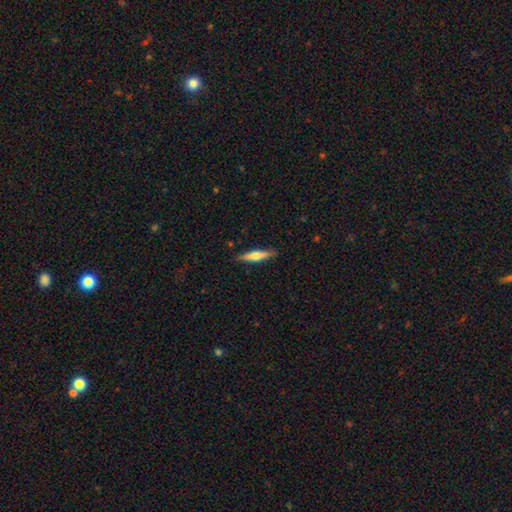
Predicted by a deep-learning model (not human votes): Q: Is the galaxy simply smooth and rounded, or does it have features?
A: featured or disk — 49%.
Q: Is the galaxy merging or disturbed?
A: none — 88%.